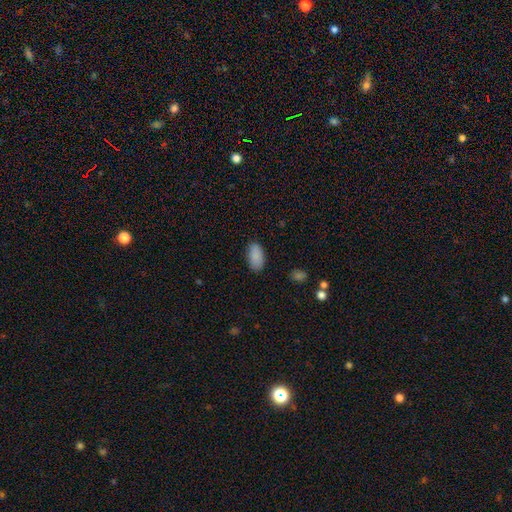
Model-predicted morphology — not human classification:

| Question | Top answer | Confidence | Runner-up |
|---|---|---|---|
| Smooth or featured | smooth | 89% | star or artifact (7%) |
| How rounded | in between | 95% | round (3%) |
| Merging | none | 86% | minor disturbance (11%) |